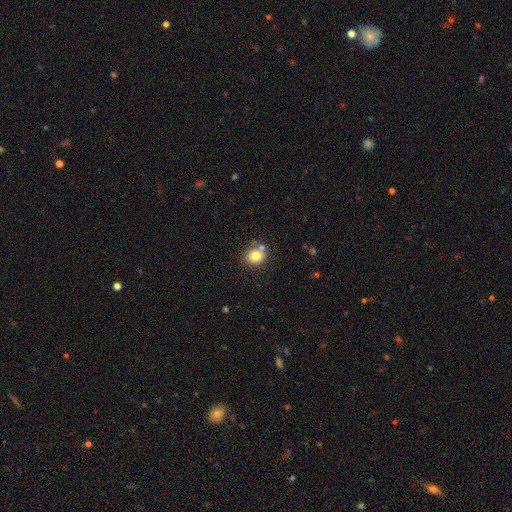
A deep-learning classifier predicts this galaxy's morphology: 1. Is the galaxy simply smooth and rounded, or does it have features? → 79% smooth, 10% featured or disk, 10% star or artifact.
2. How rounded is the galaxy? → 70% round, 29% in between, 1% cigar-shaped.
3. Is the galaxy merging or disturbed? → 65% none, 16% merger, 15% minor disturbance, 4% major disturbance.